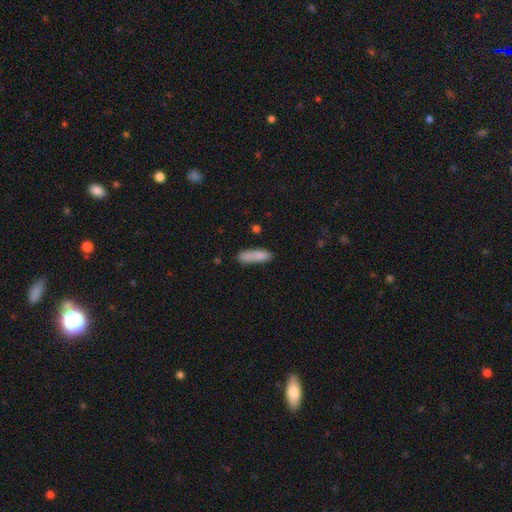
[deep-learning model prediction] smooth 83%, featured or disk 10%, star or artifact 7%. Down the decision tree: how rounded — cigar-shaped (61%); merging — none (64%).